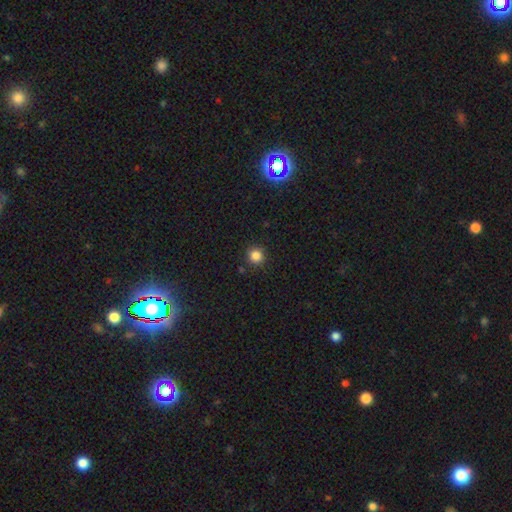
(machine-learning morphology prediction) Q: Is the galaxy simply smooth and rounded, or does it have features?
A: smooth — 84%.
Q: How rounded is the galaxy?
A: round — 94%.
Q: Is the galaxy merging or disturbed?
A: none — 90%.